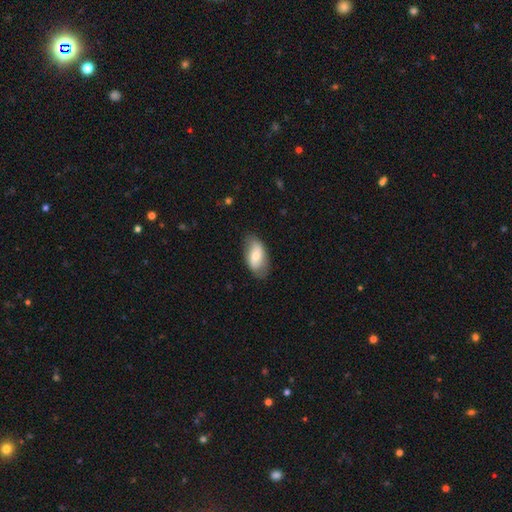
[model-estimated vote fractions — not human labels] Q: Smooth or featured?
A: smooth (64%); runner-up: featured or disk (30%)
Q: How rounded?
A: in between (93%); runner-up: round (4%)
Q: Merging?
A: none (76%); runner-up: minor disturbance (18%)